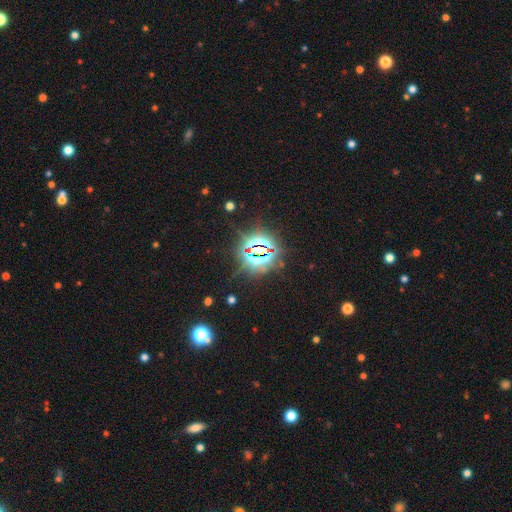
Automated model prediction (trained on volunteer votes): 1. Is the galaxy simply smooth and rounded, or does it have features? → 84% star or artifact, 8% smooth, 7% featured or disk.